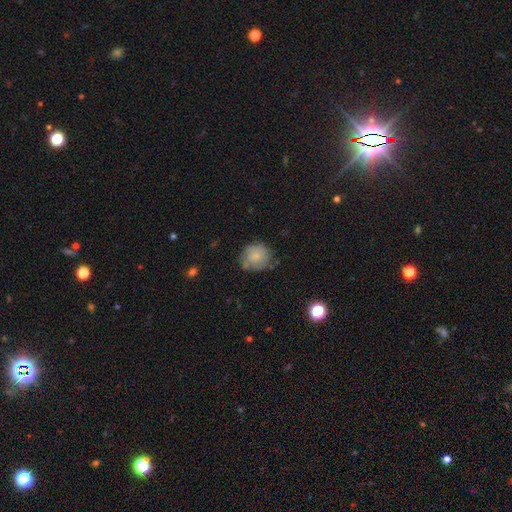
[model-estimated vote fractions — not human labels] smooth_or_featured: smooth (p=0.71) [alt: featured or disk p=0.22]
how_rounded: round (p=0.84) [alt: in between p=0.15]
merging: none (p=0.64) [alt: minor disturbance p=0.24]